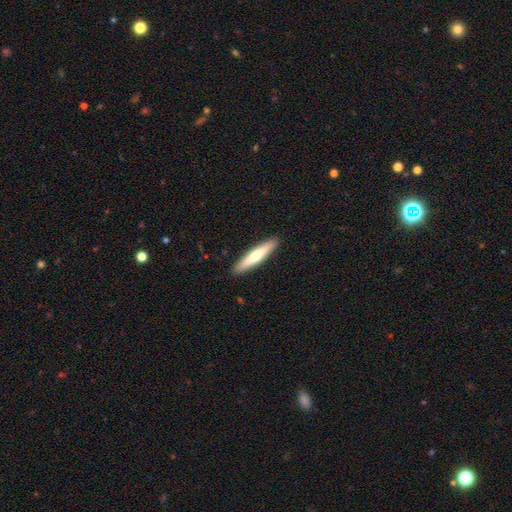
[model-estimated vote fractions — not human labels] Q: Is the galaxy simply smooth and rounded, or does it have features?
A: smooth — 59%.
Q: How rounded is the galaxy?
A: cigar-shaped — 88%.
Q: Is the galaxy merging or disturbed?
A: none — 91%.